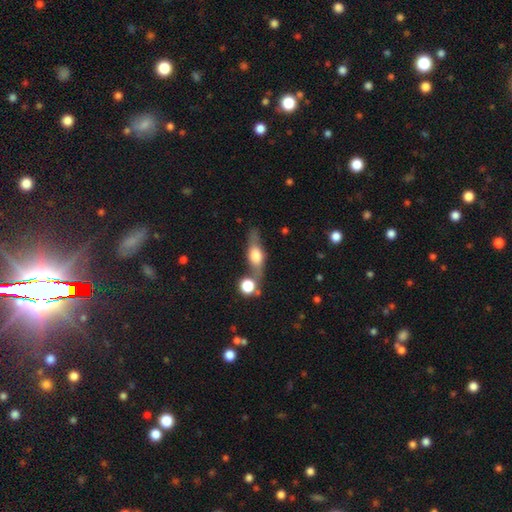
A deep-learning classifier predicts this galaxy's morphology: A featured or disk galaxy (53%) viewed edge-on (73%).

Vote fractions:
- Smooth or featured? featured or disk: 53% / smooth: 40% / star or artifact: 8%
- Edge-on disk? yes: 73% / no: 27%
- Merging? none: 55% / merger: 22% / minor disturbance: 16% / major disturbance: 7%